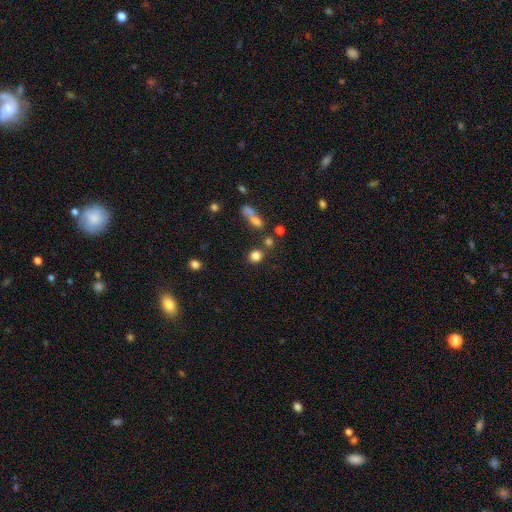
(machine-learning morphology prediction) A smooth galaxy with no disk features (80%) that is round (80%).

Vote fractions:
- Smooth or featured? smooth: 80% / star or artifact: 13% / featured or disk: 7%
- How rounded? round: 80% / in between: 18% / cigar-shaped: 2%
- Merging? none: 72% / merger: 14% / minor disturbance: 9% / major disturbance: 5%